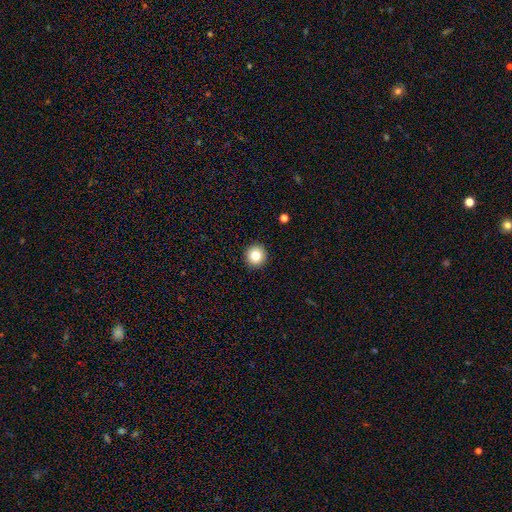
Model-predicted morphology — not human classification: A smooth galaxy with no disk features (81%) that is round (94%).

Vote fractions:
- Smooth or featured? smooth: 81% / star or artifact: 11% / featured or disk: 8%
- How rounded? round: 94% / in between: 5% / cigar-shaped: 1%
- Merging? none: 93% / minor disturbance: 5% / major disturbance: 2% / merger: 1%